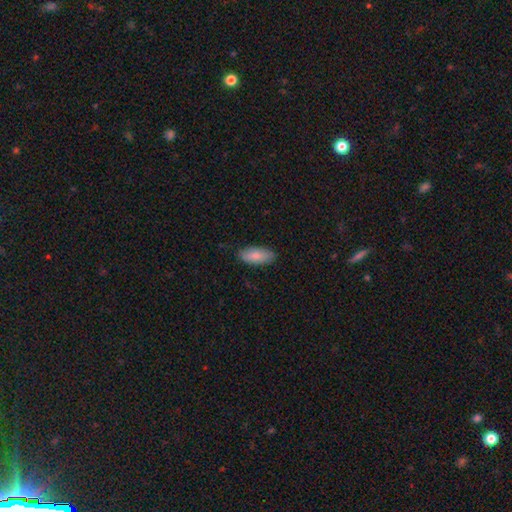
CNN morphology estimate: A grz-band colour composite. It shows a smooth galaxy with no disk features (86%) that is in between round and cigar-shaped (84%). Merging: none (84%).